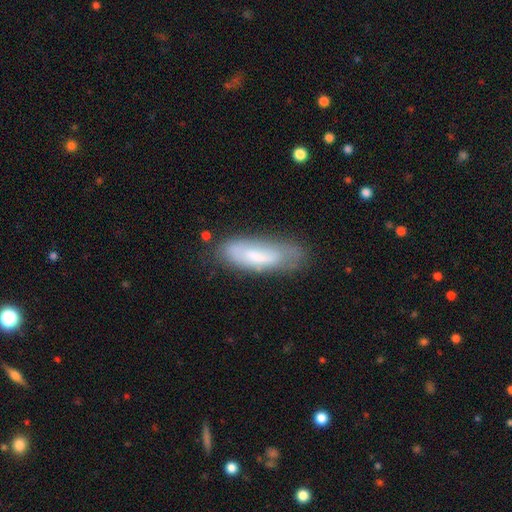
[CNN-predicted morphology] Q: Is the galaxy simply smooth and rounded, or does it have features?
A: smooth — 61%.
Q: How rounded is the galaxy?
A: in between — 55%.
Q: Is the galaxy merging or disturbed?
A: none — 59%.